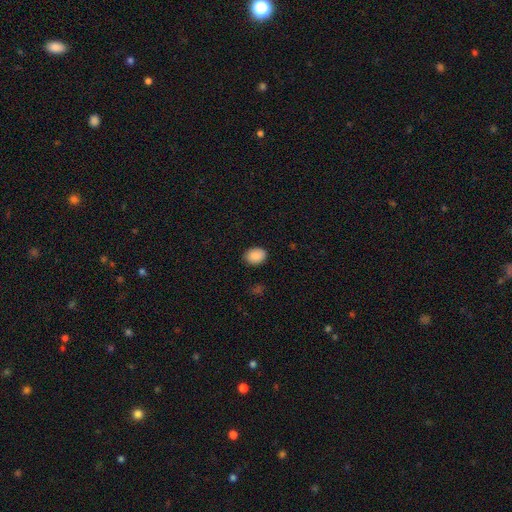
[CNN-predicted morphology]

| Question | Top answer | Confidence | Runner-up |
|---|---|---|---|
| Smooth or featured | smooth | 88% | star or artifact (8%) |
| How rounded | in between | 60% | round (39%) |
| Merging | none | 87% | minor disturbance (10%) |